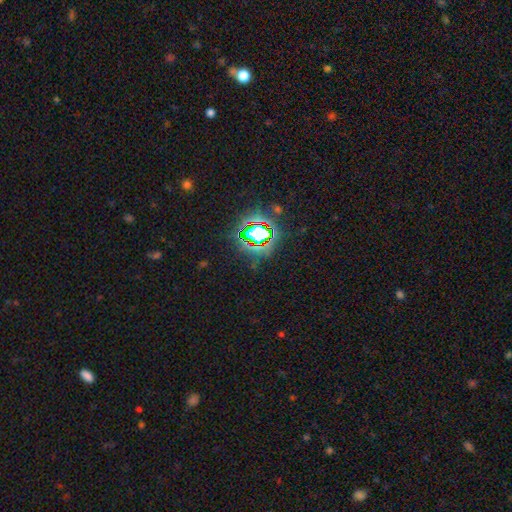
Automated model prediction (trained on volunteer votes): Overall: star or artifact (78%).